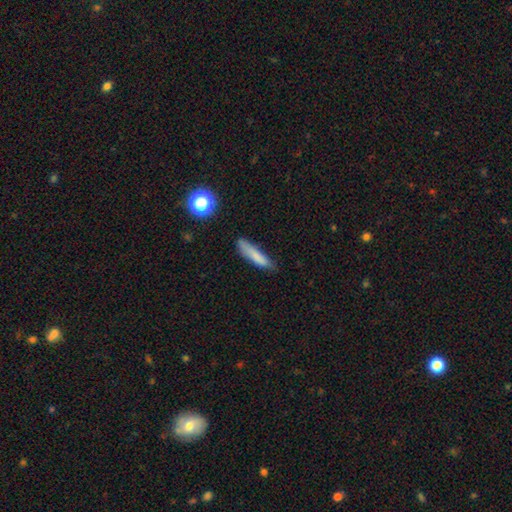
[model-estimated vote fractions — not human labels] smooth-or-featured: smooth: 79% | featured or disk: 12% | star or artifact: 8%
  how-rounded: cigar-shaped: 84% | in between: 14% | round: 2%
  merging: none: 68% | minor disturbance: 23% | major disturbance: 6% | merger: 3%